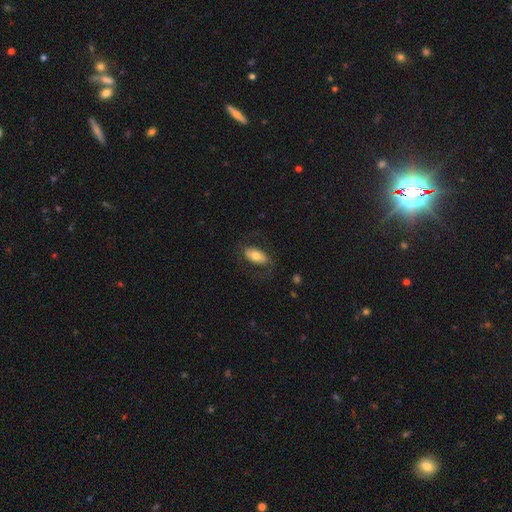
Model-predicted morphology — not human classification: type=smooth (64%); roundness=in between (92%); merging=none (73%).